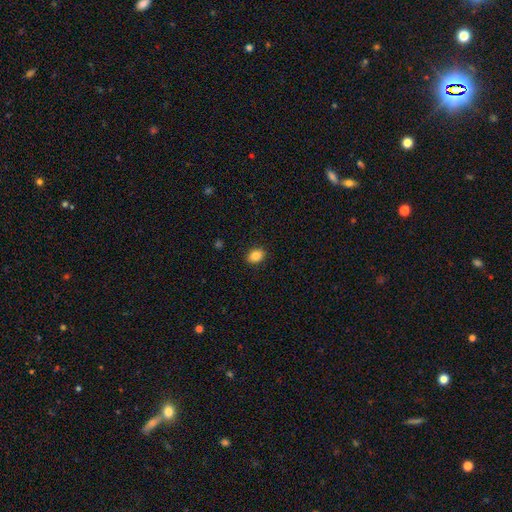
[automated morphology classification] type=smooth (86%); roundness=in between (65%); merging=none (89%).